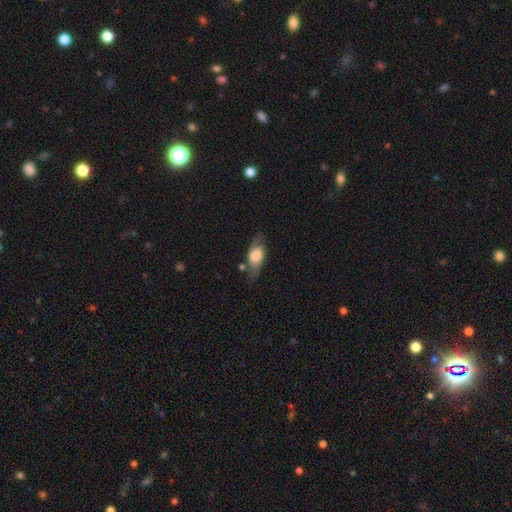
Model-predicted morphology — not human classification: Smooth or featured?
  - smooth: 59% *
  - featured or disk: 34%
  - star or artifact: 7%
How rounded?
  - in between: 78% *
  - cigar-shaped: 13%
  - round: 9%
Merging?
  - none: 66% *
  - minor disturbance: 21%
  - major disturbance: 8%
  - merger: 4%